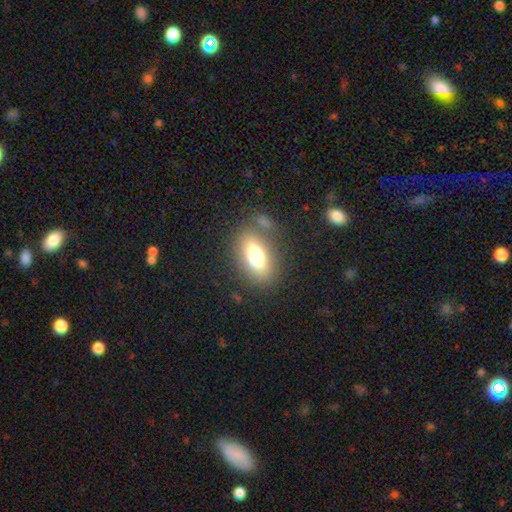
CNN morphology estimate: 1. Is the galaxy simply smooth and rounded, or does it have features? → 71% smooth, 19% featured or disk, 10% star or artifact.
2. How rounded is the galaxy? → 82% in between, 9% cigar-shaped, 9% round.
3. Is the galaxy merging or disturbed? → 76% none, 12% minor disturbance, 6% merger, 6% major disturbance.